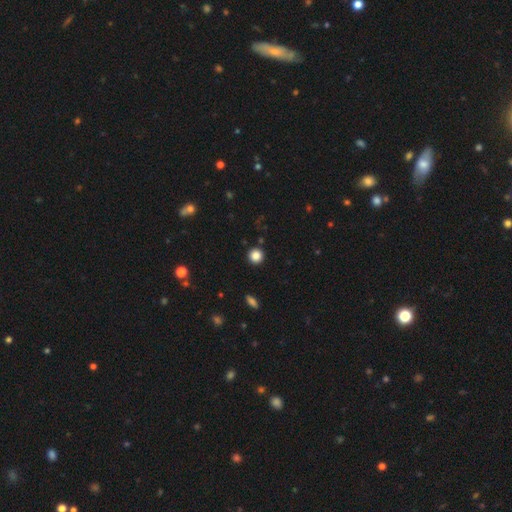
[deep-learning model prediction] Smooth or featured? Predicted: smooth (p=0.85). How rounded? Predicted: round (p=0.94). Merging? Predicted: none (p=0.92).